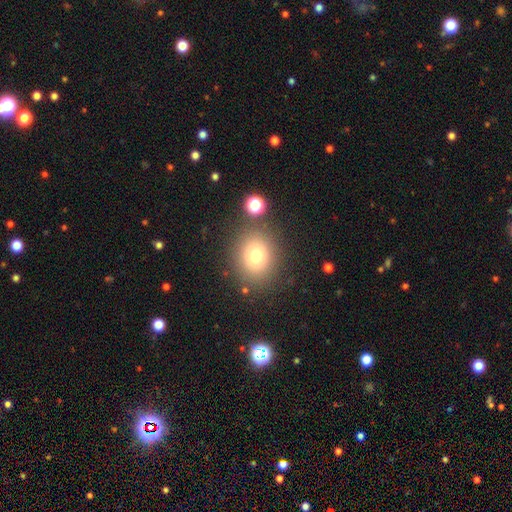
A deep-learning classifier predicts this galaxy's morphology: This appears to be a smooth galaxy with no disk features (75%) that is round (76%). Merging: none (82%).